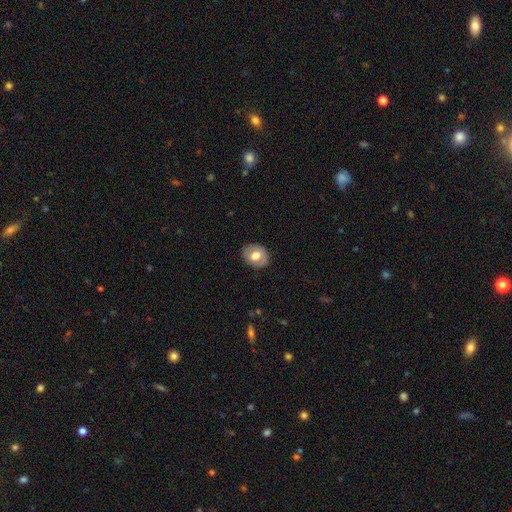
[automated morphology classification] The model was most divided on "how rounded": round: 55%, in between: 44%, cigar-shaped: 1%. More confident: merging — none (86%); smooth or featured — smooth (66%).